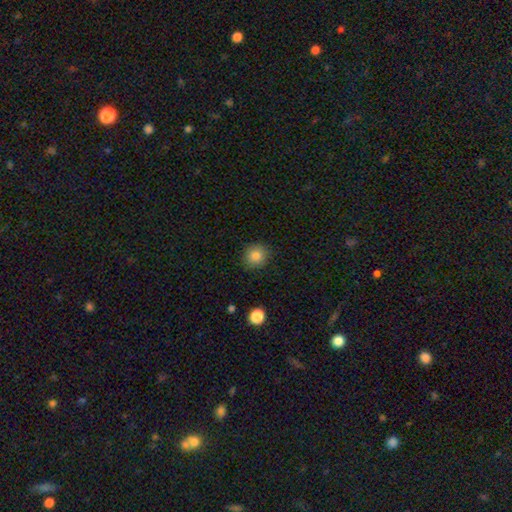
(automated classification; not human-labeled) Smooth or featured?
  - smooth: 84% *
  - star or artifact: 10%
  - featured or disk: 6%
How rounded?
  - round: 88% *
  - in between: 11%
  - cigar-shaped: 1%
Merging?
  - none: 89% *
  - minor disturbance: 8%
  - major disturbance: 2%
  - merger: 1%